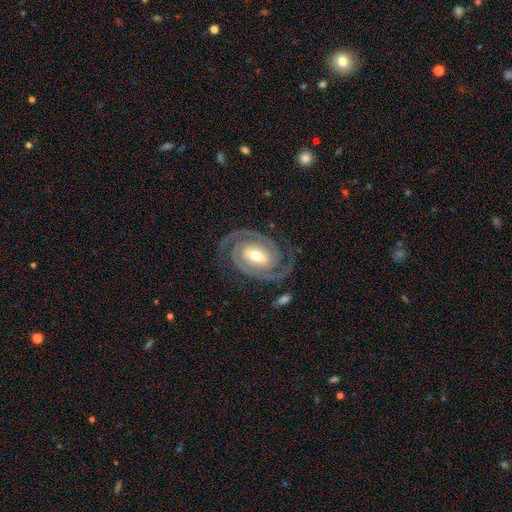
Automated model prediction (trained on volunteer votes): Q: Smooth or featured?
A: featured or disk (92%); runner-up: smooth (4%)
Q: Edge-on disk?
A: no (97%); runner-up: yes (3%)
Q: Bar?
A: strong (41%); runner-up: weak (37%)
Q: Spiral arms?
A: yes (98%); runner-up: no (2%)
Q: Spiral winding?
A: tight (72%); runner-up: medium (25%)
Q: Spiral arm count?
A: 2 (92%); runner-up: can't tell (2%)
Q: Bulge size?
A: moderate (65%); runner-up: small (28%)
Q: Merging?
A: none (83%); runner-up: minor disturbance (11%)